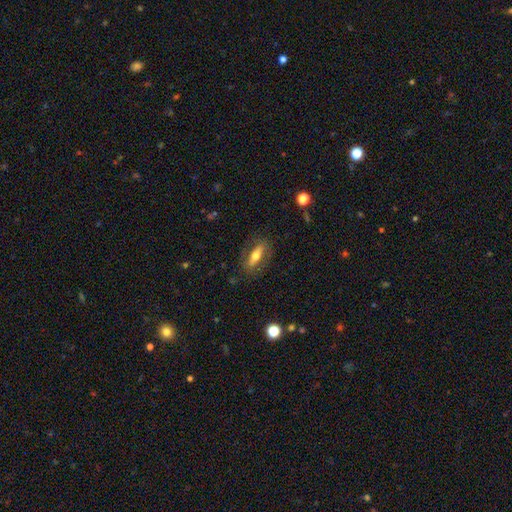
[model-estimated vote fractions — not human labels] Morphology: type=smooth (49%); merging=none (80%).